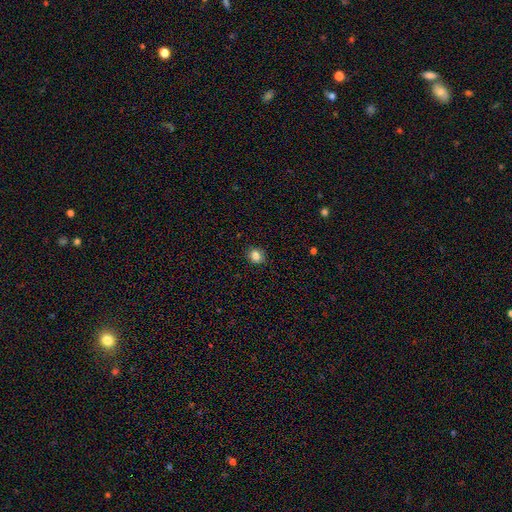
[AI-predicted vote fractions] Q: Smooth or featured?
A: smooth (84%); runner-up: star or artifact (11%)
Q: How rounded?
A: round (64%); runner-up: in between (35%)
Q: Merging?
A: none (87%); runner-up: minor disturbance (10%)